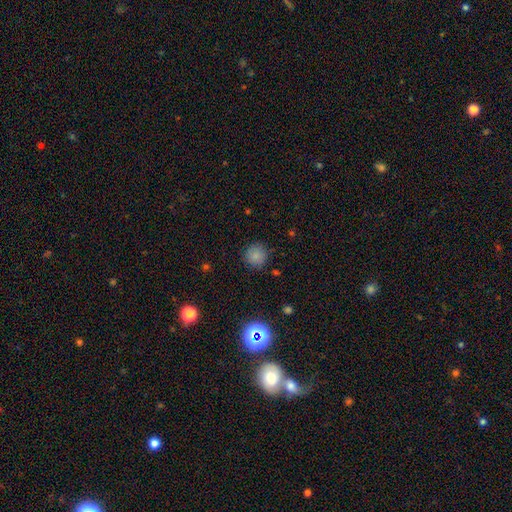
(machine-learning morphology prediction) This appears to be a smooth galaxy with no disk features (82%) that is round (92%). Merging: none (86%).